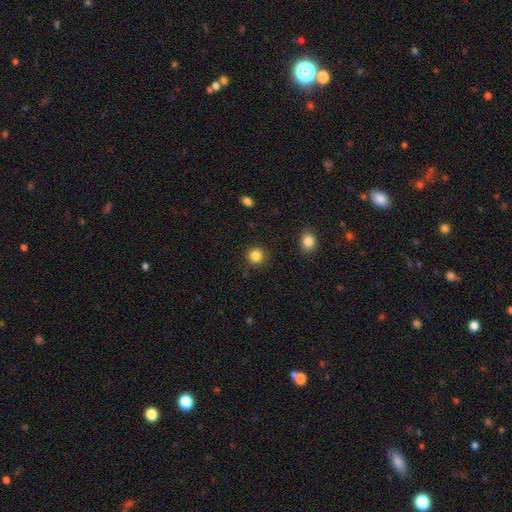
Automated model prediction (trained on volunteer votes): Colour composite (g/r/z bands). It shows a smooth galaxy with no disk features (85%) that is round (92%). Merging: none (91%).